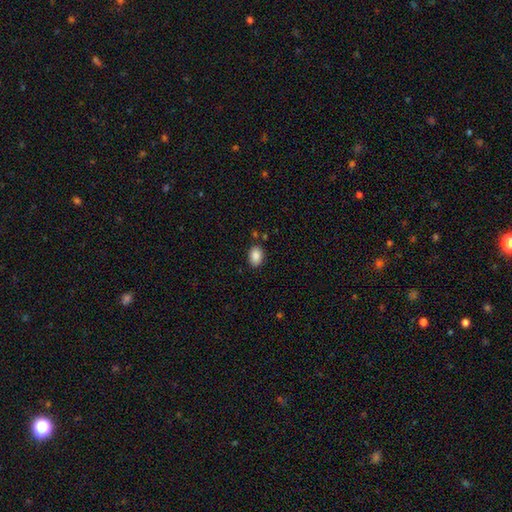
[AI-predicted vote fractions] Smooth or featured? smooth (88%)
How rounded? in between (80%)
Merging? none (83%)